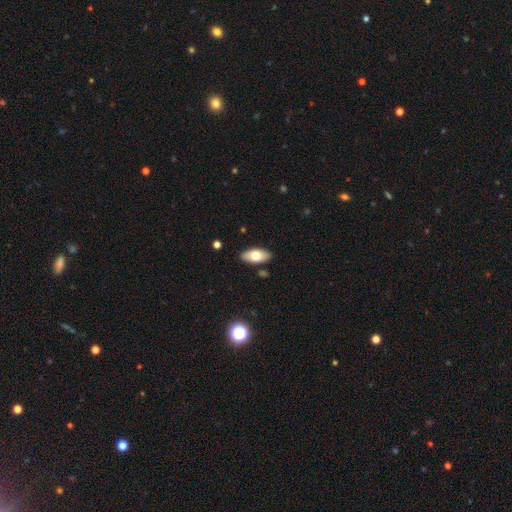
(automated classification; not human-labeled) Smooth or featured? Predicted: smooth (p=0.73). How rounded? Predicted: in between (p=0.91). Merging? Predicted: none (p=0.88).